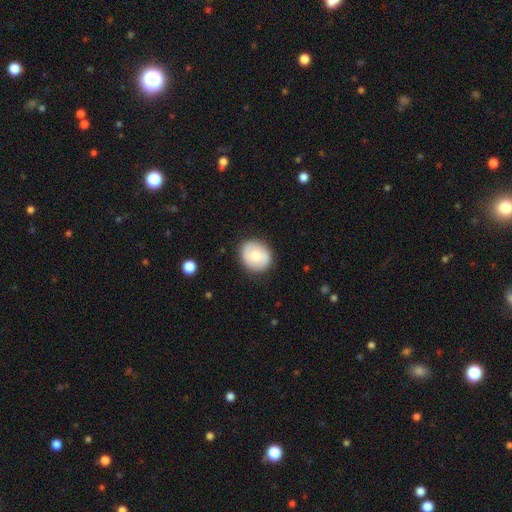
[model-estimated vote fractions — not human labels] Q: Smooth or featured?
A: smooth (67%); runner-up: featured or disk (26%)
Q: How rounded?
A: round (74%); runner-up: in between (25%)
Q: Merging?
A: none (86%); runner-up: minor disturbance (10%)